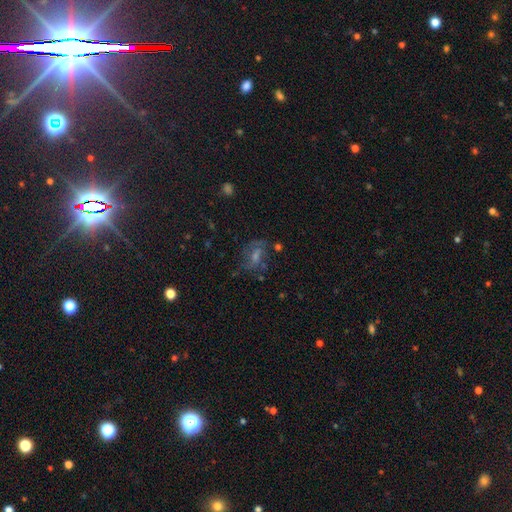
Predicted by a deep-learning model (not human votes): This is possibly a featured or disk galaxy (47%). Merging: likely none (62%).